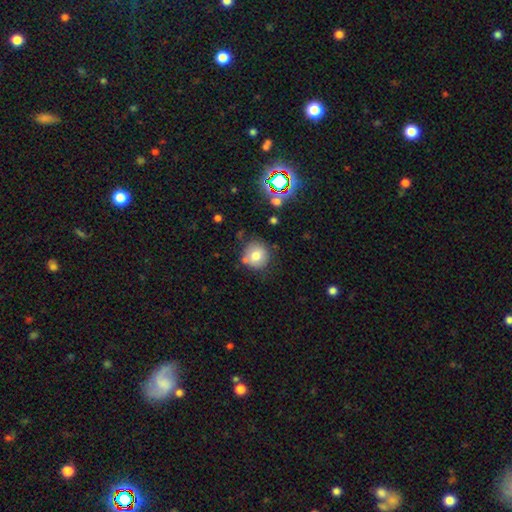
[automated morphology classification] type=smooth (76%); roundness=round (91%); merging=none (74%).